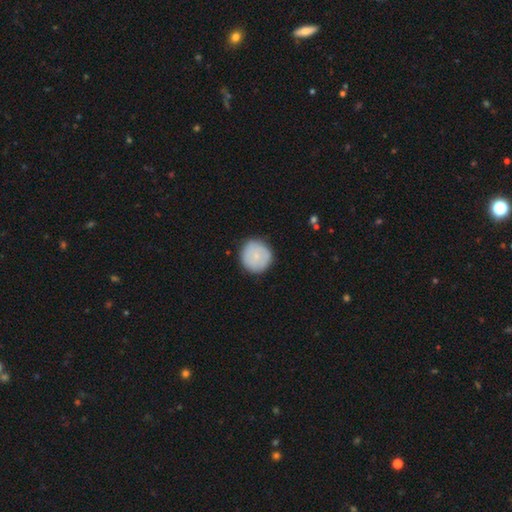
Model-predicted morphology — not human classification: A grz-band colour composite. It shows a smooth galaxy with no disk features (72%) that is round (94%). Merging: none (86%).